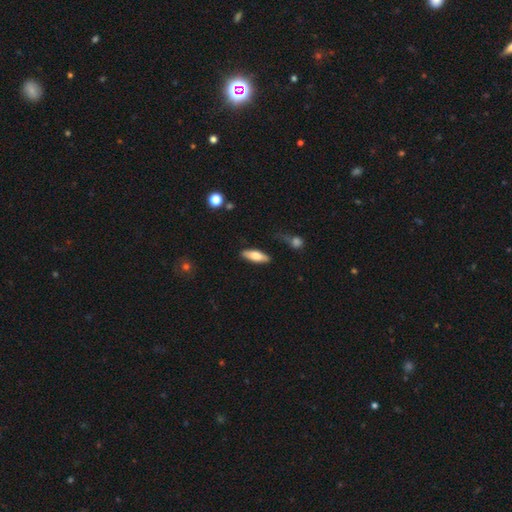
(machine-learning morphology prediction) Smooth or featured: smooth — 72% (featured or disk — 22%)
How rounded: in between — 60% (cigar-shaped — 38%)
Merging: none — 80% (minor disturbance — 14%)